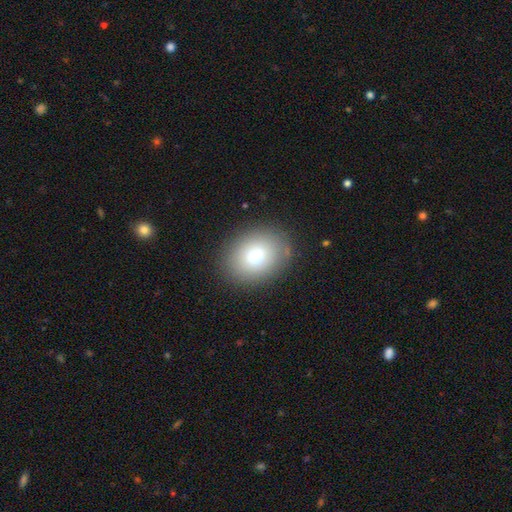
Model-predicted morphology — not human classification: Smooth or featured?
  - smooth: 72% *
  - featured or disk: 15%
  - star or artifact: 13%
How rounded?
  - in between: 53% *
  - round: 47%
  - cigar-shaped: 1%
Merging?
  - none: 86% *
  - minor disturbance: 9%
  - major disturbance: 4%
  - merger: 1%